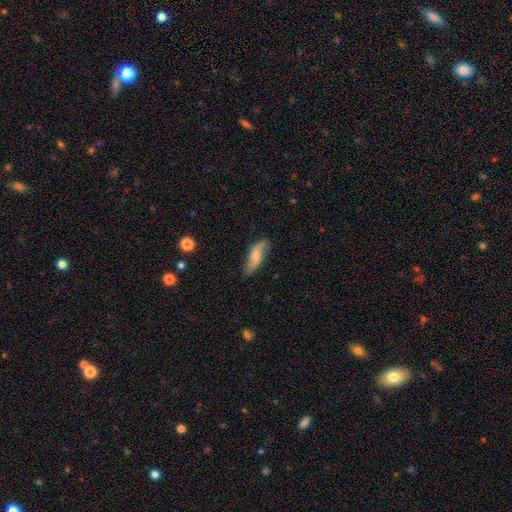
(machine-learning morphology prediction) type=smooth (51%); roundness=in between (61%); merging=none (69%).